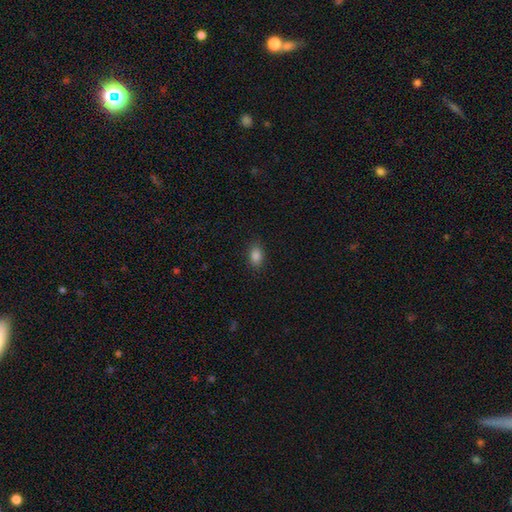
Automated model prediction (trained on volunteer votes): A smooth galaxy with no disk features (85%) that is in between round and cigar-shaped (84%).

Vote fractions:
- Smooth or featured? smooth: 85% / star or artifact: 10% / featured or disk: 5%
- How rounded? in between: 84% / round: 14% / cigar-shaped: 2%
- Merging? none: 87% / minor disturbance: 10% / major disturbance: 2% / merger: 1%